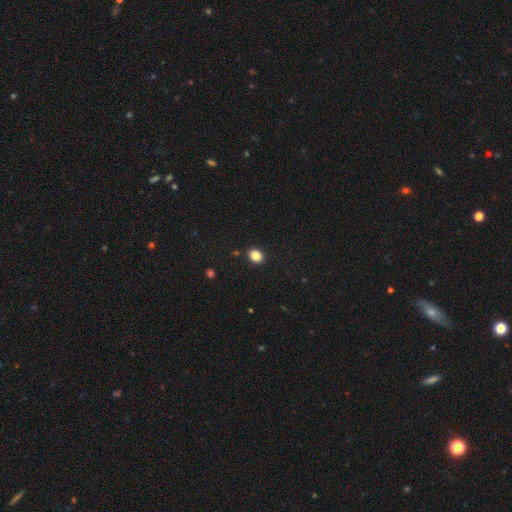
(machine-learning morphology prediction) smooth_or_featured: smooth (p=0.85) [alt: star or artifact p=0.11]
how_rounded: round (p=0.58) [alt: in between p=0.41]
merging: none (p=0.91) [alt: minor disturbance p=0.06]